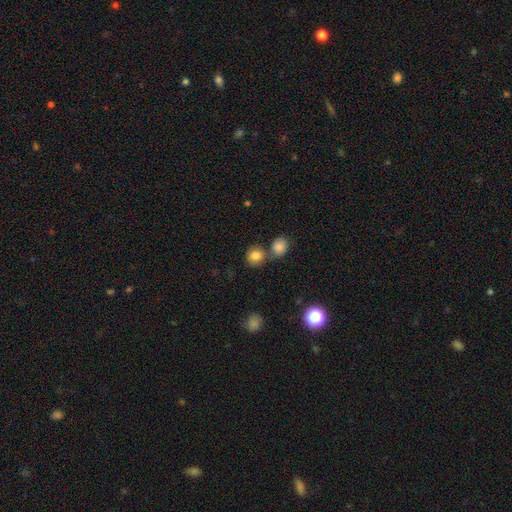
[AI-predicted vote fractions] smooth 83%, star or artifact 10%, featured or disk 7%. Down the decision tree: how rounded — round (83%); merging — none (64%).